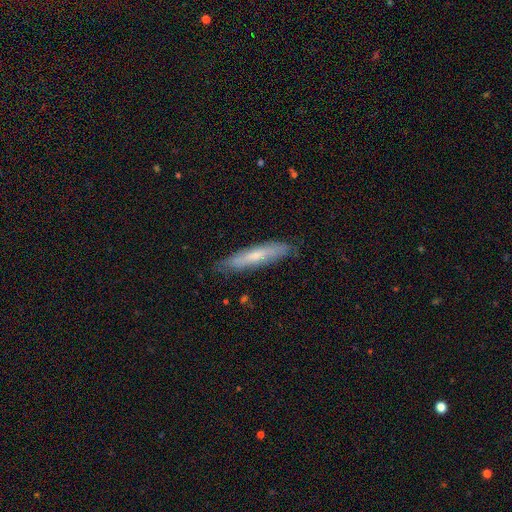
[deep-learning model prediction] Overall: smooth (55%; featured or disk 38%). How rounded: cigar-shaped (88%). Merging: none (83%).